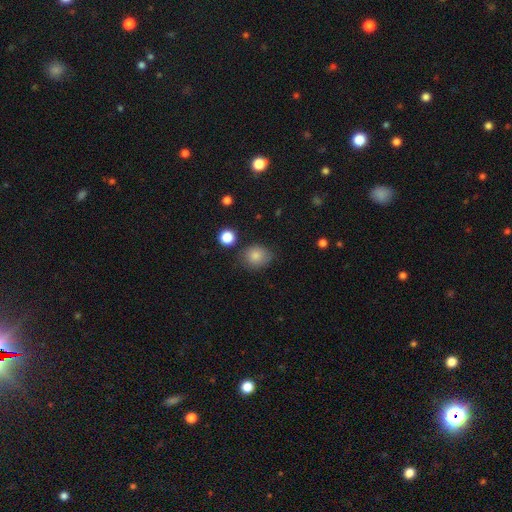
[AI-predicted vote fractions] The model was most divided on "how rounded": round: 65%, in between: 34%, cigar-shaped: 1%. More confident: smooth or featured — smooth (84%); merging — none (74%).